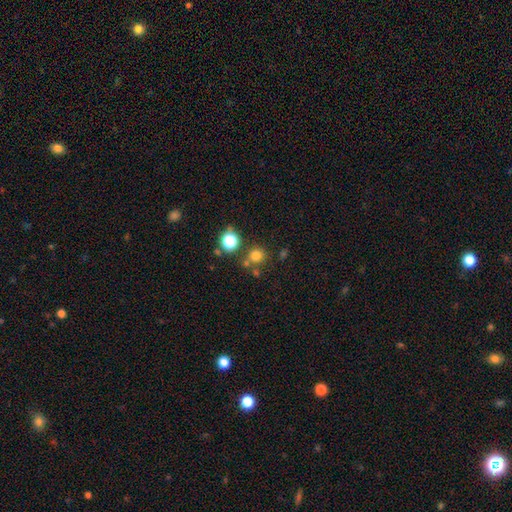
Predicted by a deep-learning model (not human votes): A smooth galaxy with no disk features (73%) that is round (89%).

Vote fractions:
- Smooth or featured? smooth: 73% / star or artifact: 20% / featured or disk: 7%
- How rounded? round: 89% / in between: 10% / cigar-shaped: 1%
- Merging? none: 71% / merger: 16% / minor disturbance: 9% / major disturbance: 4%